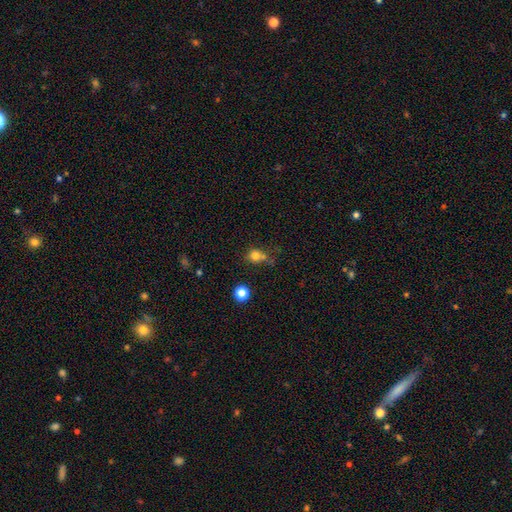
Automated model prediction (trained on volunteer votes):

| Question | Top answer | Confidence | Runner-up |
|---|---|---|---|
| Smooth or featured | smooth | 77% | star or artifact (15%) |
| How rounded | round | 80% | in between (19%) |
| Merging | none | 56% | merger (21%) |